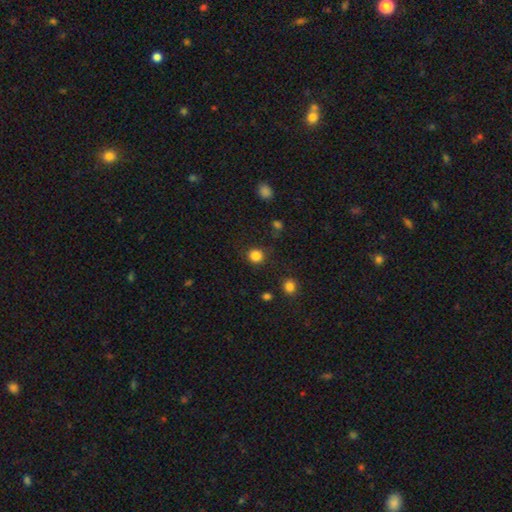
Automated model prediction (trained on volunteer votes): Smooth or featured?
  - smooth: 84% *
  - star or artifact: 12%
  - featured or disk: 4%
How rounded?
  - round: 90% *
  - in between: 9%
  - cigar-shaped: 1%
Merging?
  - none: 85% *
  - minor disturbance: 9%
  - major disturbance: 4%
  - merger: 2%